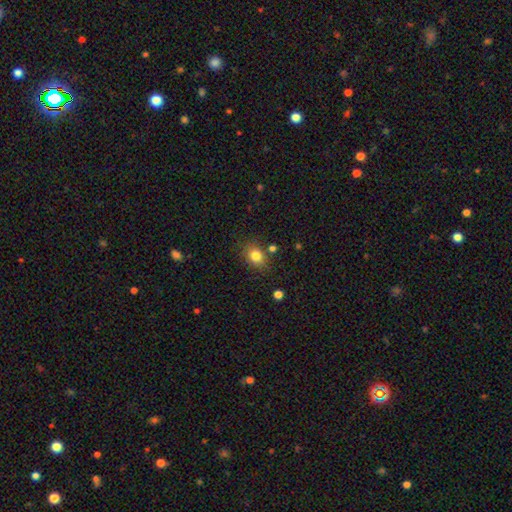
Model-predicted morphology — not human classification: Smooth or featured: smooth — 81% (star or artifact — 12%)
How rounded: round — 53% (in between — 46%)
Merging: none — 78% (minor disturbance — 13%)